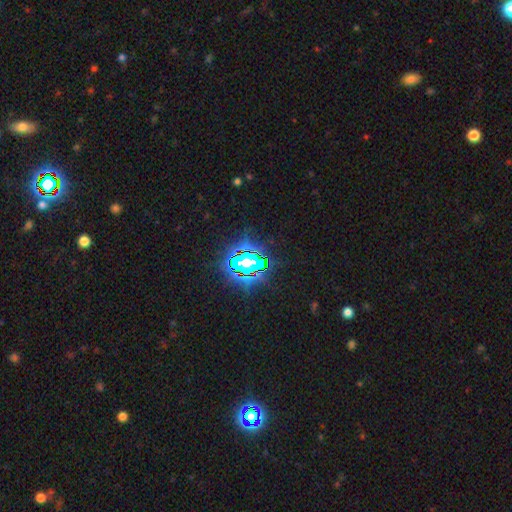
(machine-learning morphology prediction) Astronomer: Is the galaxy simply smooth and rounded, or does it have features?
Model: star or artifact — 84%.